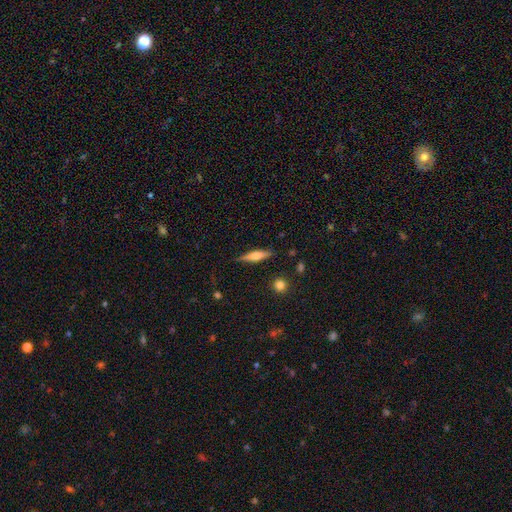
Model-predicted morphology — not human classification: This is possibly a smooth galaxy (53%). How rounded: likely cigar-shaped (76%). Merging: clearly none (85%).